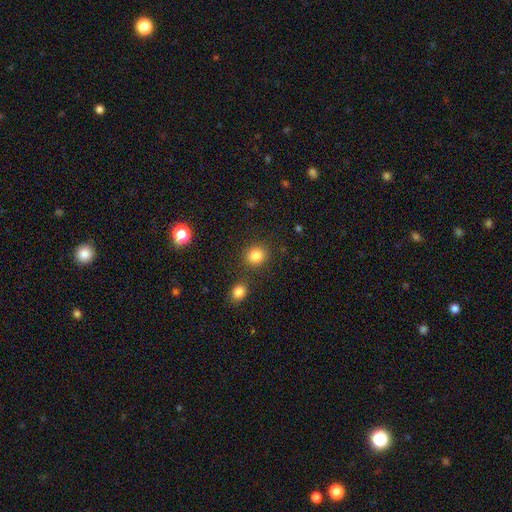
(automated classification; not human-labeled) A smooth galaxy with no disk features (84%) that is round (82%). Merging: none (83%).